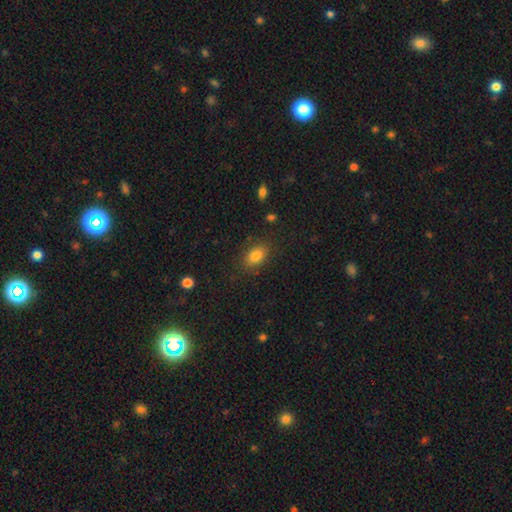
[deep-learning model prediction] Smooth or featured? smooth (83%)
How rounded? in between (81%)
Merging? none (81%)